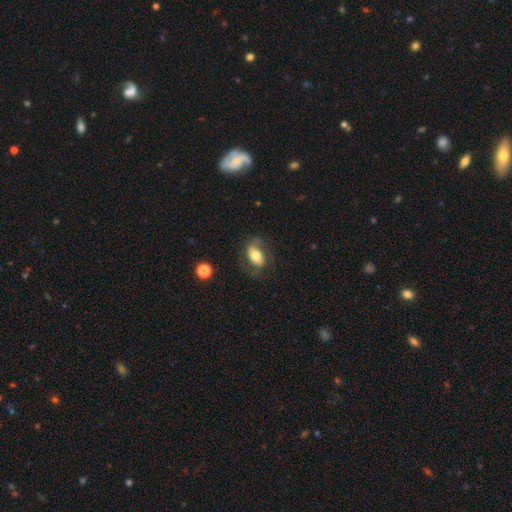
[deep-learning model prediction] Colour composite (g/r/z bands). It shows a smooth galaxy with no disk features (50%). Merging: none (61%).